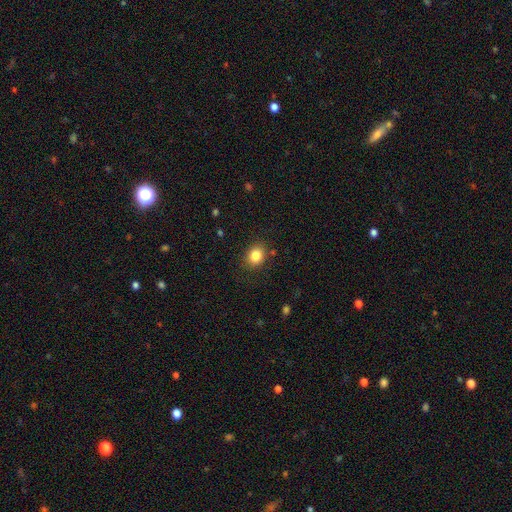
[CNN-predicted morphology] type=smooth (84%); roundness=round (65%); merging=none (85%).